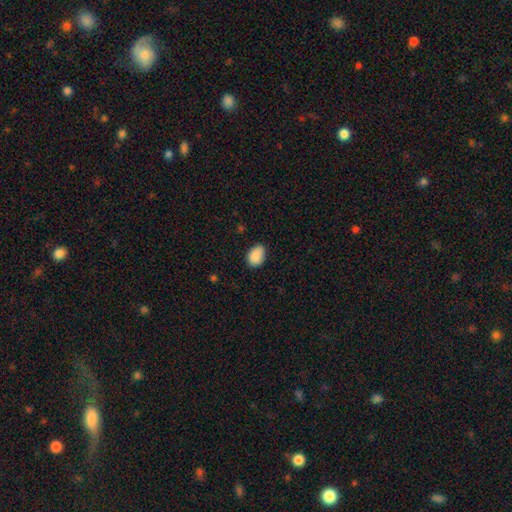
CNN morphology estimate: smooth 89%, star or artifact 7%, featured or disk 3%. Down the decision tree: how rounded — in between (79%); merging — none (75%).